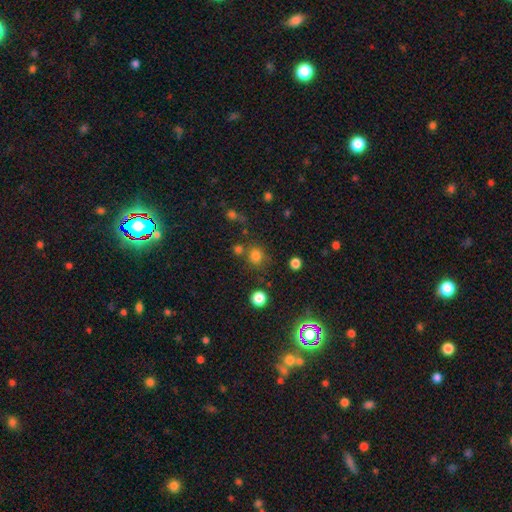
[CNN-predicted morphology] Smooth or featured?
  - smooth: 76% *
  - star or artifact: 18%
  - featured or disk: 6%
How rounded?
  - round: 86% *
  - in between: 13%
  - cigar-shaped: 1%
Merging?
  - none: 70% *
  - merger: 14%
  - minor disturbance: 11%
  - major disturbance: 5%